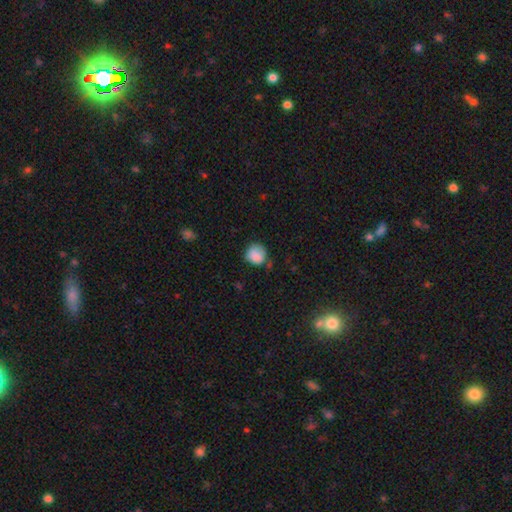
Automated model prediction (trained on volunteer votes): Overall: smooth (87%). How rounded: round (84%). Merging: none (66%).